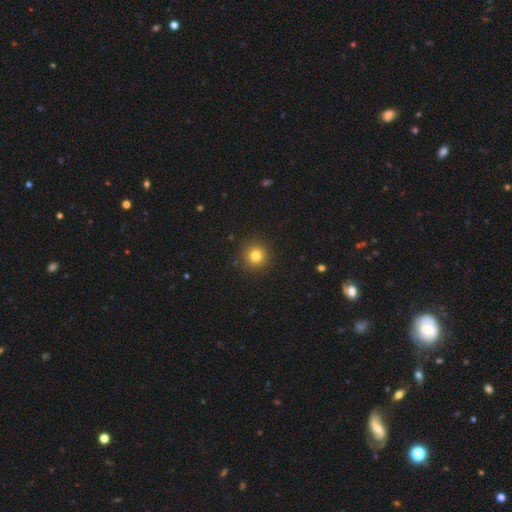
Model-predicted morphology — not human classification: Smooth or featured? Predicted: smooth (p=0.80). How rounded? Predicted: round (p=0.94). Merging? Predicted: none (p=0.91).